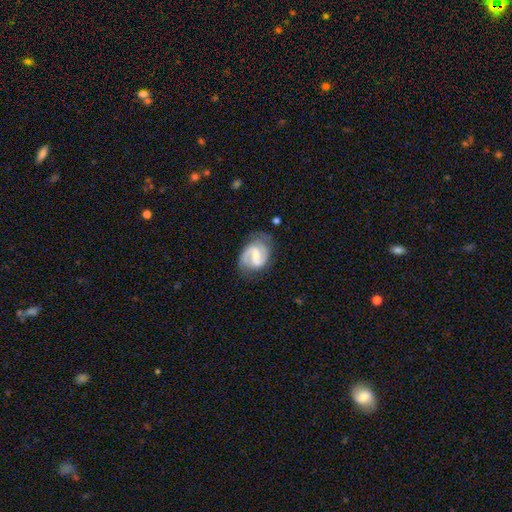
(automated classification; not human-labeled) Overall: featured or disk (83%). Edge-on disk: no (98%). Bar: weak (56%; strong 25%). Spiral arms: yes (96%). Spiral arm count: 2 (86%). Spiral winding: medium (51%; tight 29%). Bulge size: small (45%; moderate 38%). Merging: none (69%).